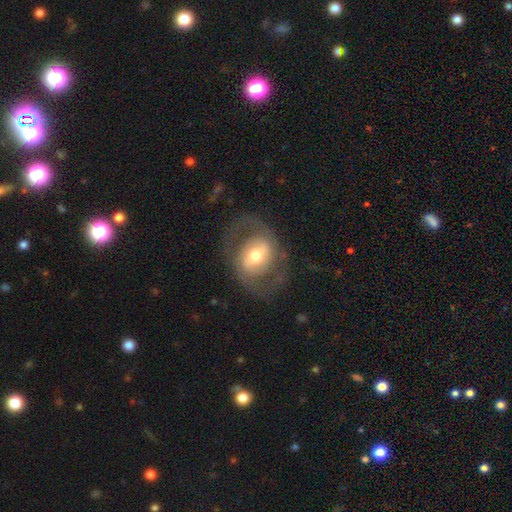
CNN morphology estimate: A featured or disk galaxy (63%) with a weak bar (34%, tied with no), no spiral arms (53%) and a moderate central bulge (64%).

Vote fractions:
- Smooth or featured? featured or disk: 63% / smooth: 31% / star or artifact: 6%
- Edge-on disk? no: 95% / yes: 5%
- Bar? weak: 34% (tied) / no: 34% (tied) / strong: 32%
- Spiral arms? no: 53% / yes: 47%
- Bulge size? moderate: 64% / large: 21% / small: 11% / dominant: 2% / none: 1%
- Merging? none: 72% / major disturbance: 14% / minor disturbance: 13% / merger: 1%